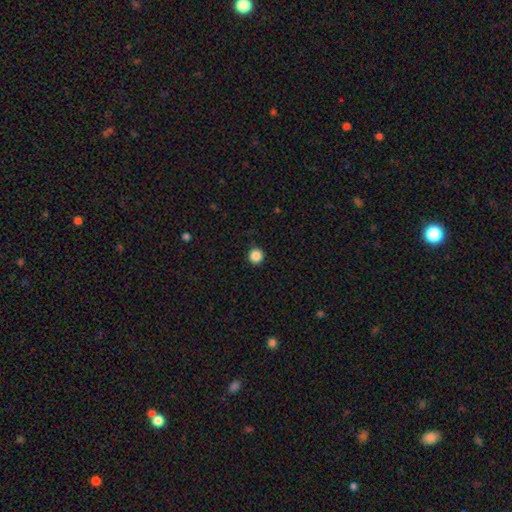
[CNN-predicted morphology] Smooth or featured: smooth — 86% (star or artifact — 11%)
How rounded: round — 95% (in between — 4%)
Merging: none — 91% (minor disturbance — 6%)